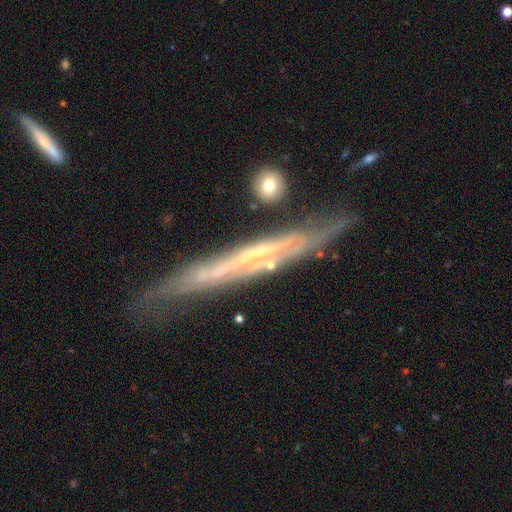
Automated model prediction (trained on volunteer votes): Morphology: type=featured or disk (77%); edge-on=yes (86%); edge-on bulge=none (74%); merging=none (68%).